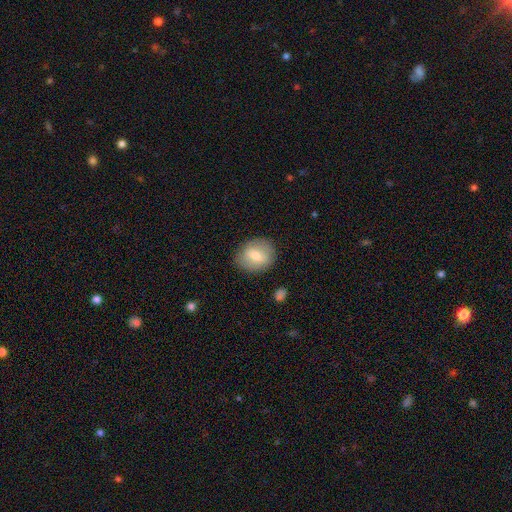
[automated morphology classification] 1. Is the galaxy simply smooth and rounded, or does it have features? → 67% smooth, 25% featured or disk, 8% star or artifact.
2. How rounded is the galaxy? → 60% round, 39% in between, 1% cigar-shaped.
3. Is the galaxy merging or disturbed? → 84% none, 12% minor disturbance, 3% major disturbance, 1% merger.